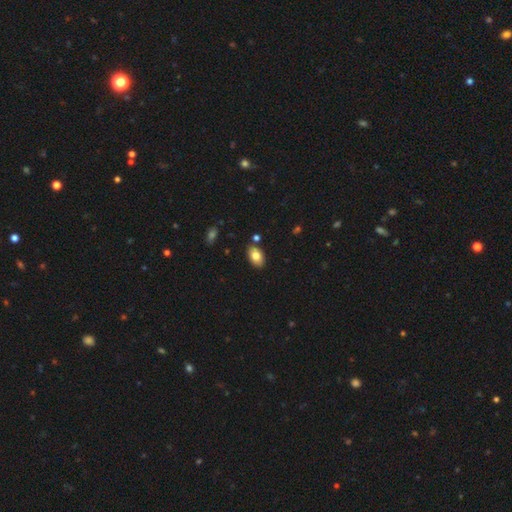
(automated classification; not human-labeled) Smooth or featured? Predicted: smooth (p=0.80). How rounded? Predicted: in between (p=0.92). Merging? Predicted: none (p=0.85).